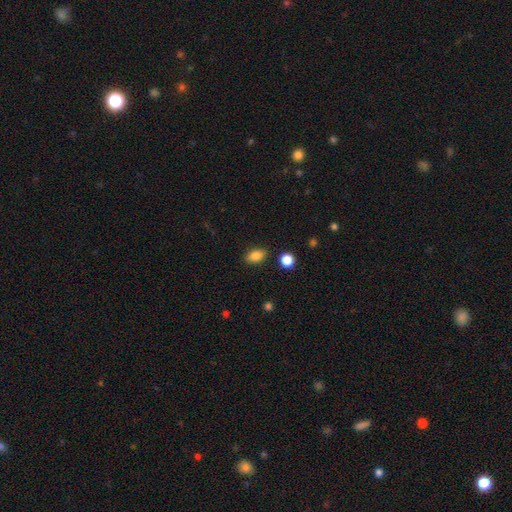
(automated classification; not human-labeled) Smooth or featured?
  - smooth: 86% *
  - star or artifact: 9%
  - featured or disk: 5%
How rounded?
  - in between: 86% *
  - round: 11%
  - cigar-shaped: 3%
Merging?
  - none: 85% *
  - minor disturbance: 10%
  - merger: 3%
  - major disturbance: 3%